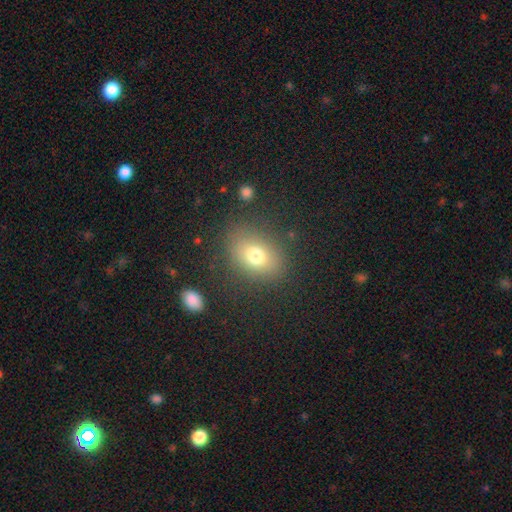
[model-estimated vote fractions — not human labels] Overall: smooth (74%). How rounded: in between (62%; round 37%). Merging: none (81%).